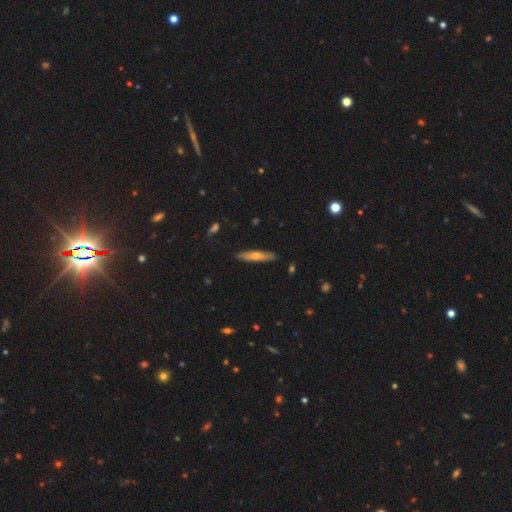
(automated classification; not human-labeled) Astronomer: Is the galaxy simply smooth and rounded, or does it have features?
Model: featured or disk — 47% (runner-up: smooth, 46%).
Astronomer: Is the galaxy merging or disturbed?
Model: none — 86%.